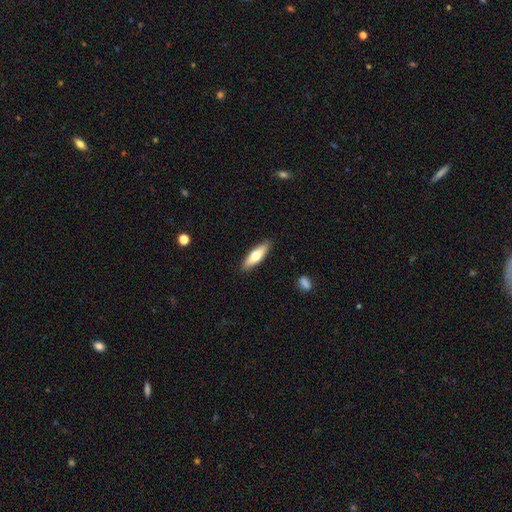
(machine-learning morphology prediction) Smooth or featured: smooth — 62% (featured or disk — 32%)
How rounded: cigar-shaped — 52% (in between — 46%)
Merging: none — 89% (minor disturbance — 8%)